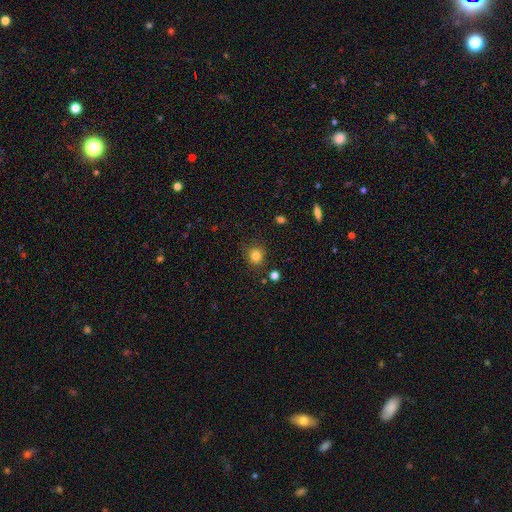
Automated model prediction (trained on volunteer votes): Q: Smooth or featured?
A: smooth (82%); runner-up: star or artifact (12%)
Q: How rounded?
A: round (85%); runner-up: in between (14%)
Q: Merging?
A: none (82%); runner-up: minor disturbance (12%)